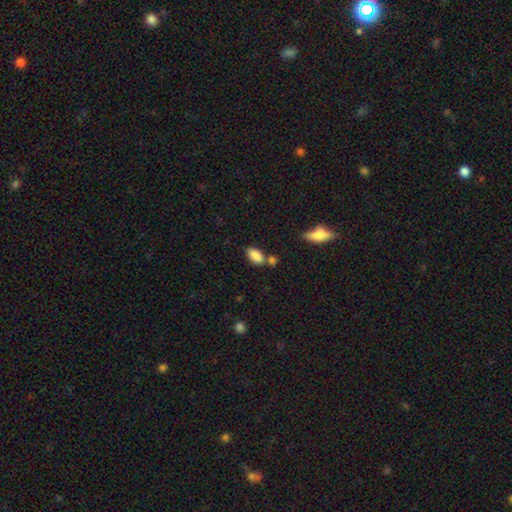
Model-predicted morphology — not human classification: Smooth or featured?
  - smooth: 87% *
  - star or artifact: 8%
  - featured or disk: 6%
How rounded?
  - in between: 92% *
  - round: 4%
  - cigar-shaped: 4%
Merging?
  - none: 62% *
  - merger: 20%
  - minor disturbance: 15%
  - major disturbance: 4%